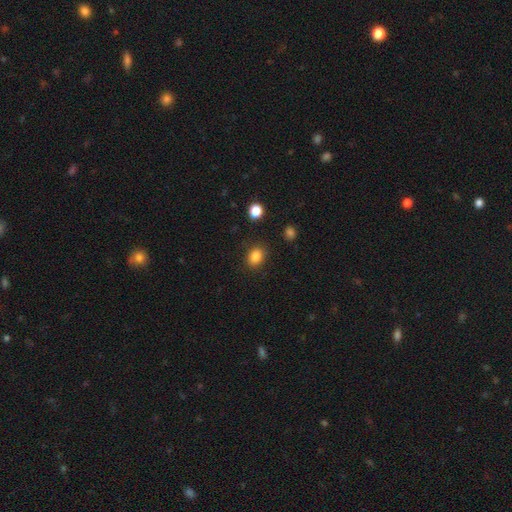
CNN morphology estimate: smooth 85%, star or artifact 11%, featured or disk 5%. Down the decision tree: how rounded — in between (52%); merging — none (86%).